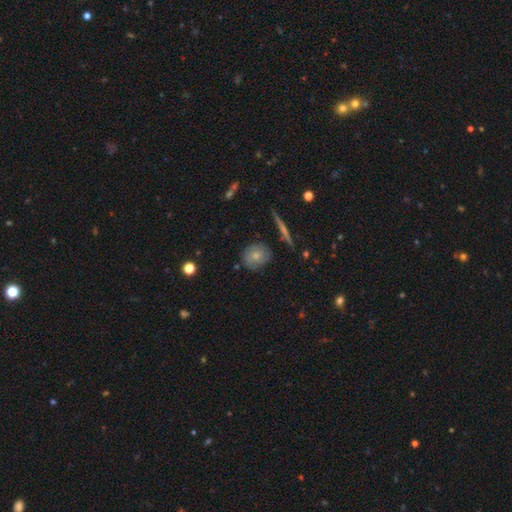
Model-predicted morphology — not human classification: This is likely a smooth galaxy (62%). How rounded: likely round (73%). Merging: likely none (75%).